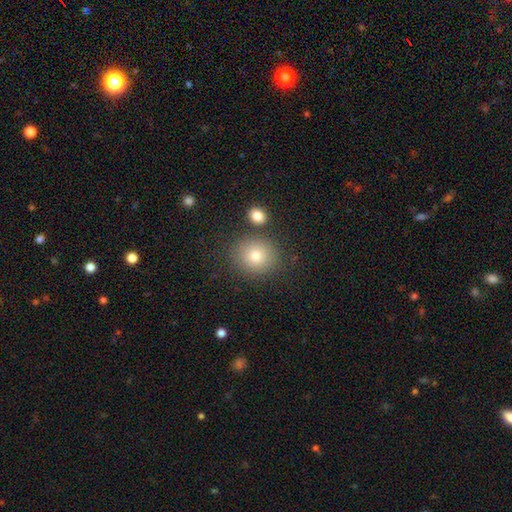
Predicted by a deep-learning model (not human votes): The model was most divided on "smooth or featured": smooth: 78%, star or artifact: 12%, featured or disk: 10%. More confident: how rounded — round (84%); merging — none (82%).